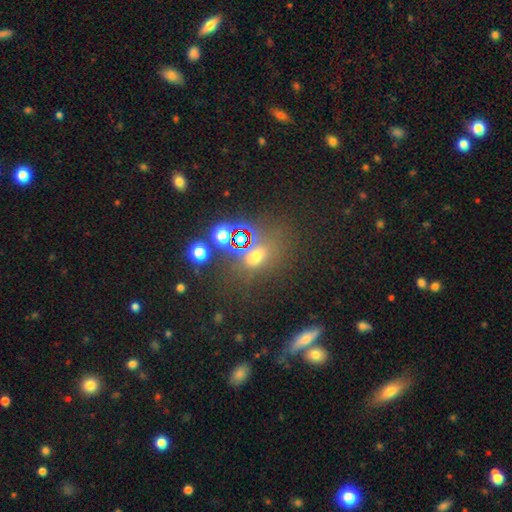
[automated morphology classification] Q: Smooth or featured?
A: smooth (54%); runner-up: star or artifact (34%)
Q: How rounded?
A: in between (55%); runner-up: round (42%)
Q: Merging?
A: none (61%); runner-up: minor disturbance (15%)